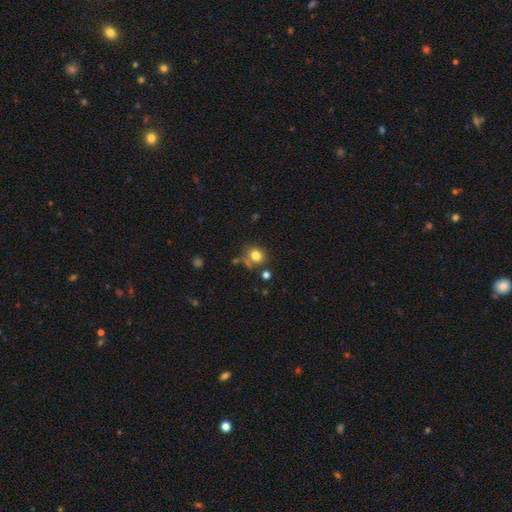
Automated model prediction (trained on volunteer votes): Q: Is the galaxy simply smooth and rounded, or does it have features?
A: smooth — 79%.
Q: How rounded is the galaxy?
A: round — 71%.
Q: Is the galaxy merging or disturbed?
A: none — 65%.